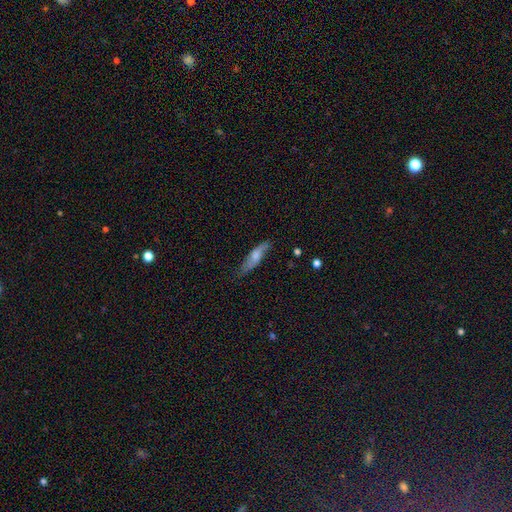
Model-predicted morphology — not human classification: Smooth or featured: smooth — 63% (featured or disk — 31%)
How rounded: cigar-shaped — 66% (in between — 32%)
Merging: none — 69% (minor disturbance — 24%)